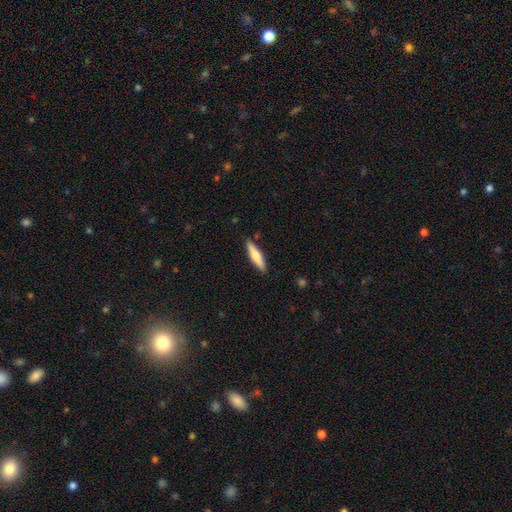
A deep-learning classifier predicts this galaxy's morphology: Smooth or featured? Predicted: smooth (p=0.62). How rounded? Predicted: cigar-shaped (p=0.80). Merging? Predicted: none (p=0.88).